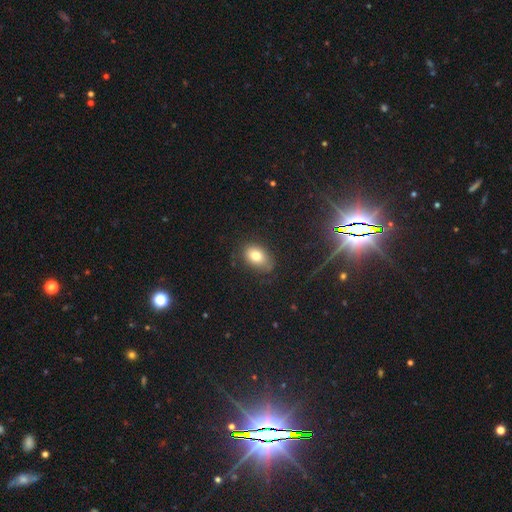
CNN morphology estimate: A smooth galaxy with no disk features (78%) that is in between round and cigar-shaped (85%). Merging: none (74%).